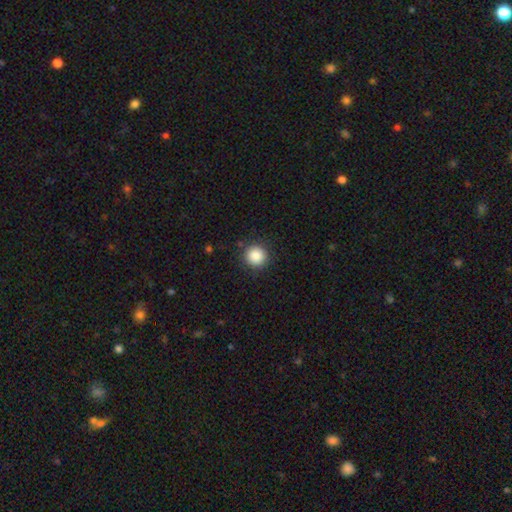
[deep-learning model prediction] Smooth or featured?
  - smooth: 86% *
  - star or artifact: 10%
  - featured or disk: 4%
How rounded?
  - round: 95% *
  - in between: 4%
  - cigar-shaped: 1%
Merging?
  - none: 90% *
  - minor disturbance: 7%
  - major disturbance: 2%
  - merger: 1%